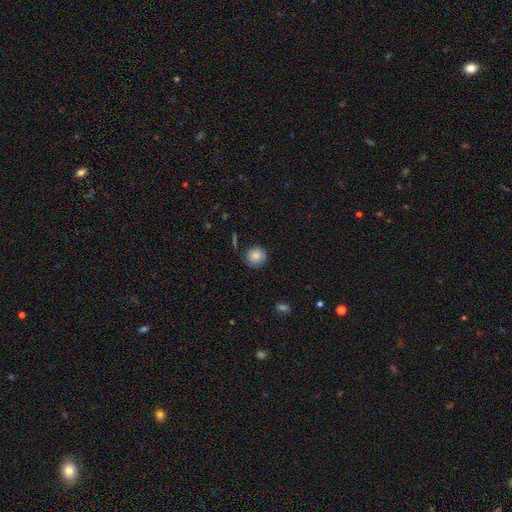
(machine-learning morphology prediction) Smooth or featured: smooth — 83% (star or artifact — 9%)
How rounded: round — 92% (in between — 7%)
Merging: none — 81% (minor disturbance — 14%)